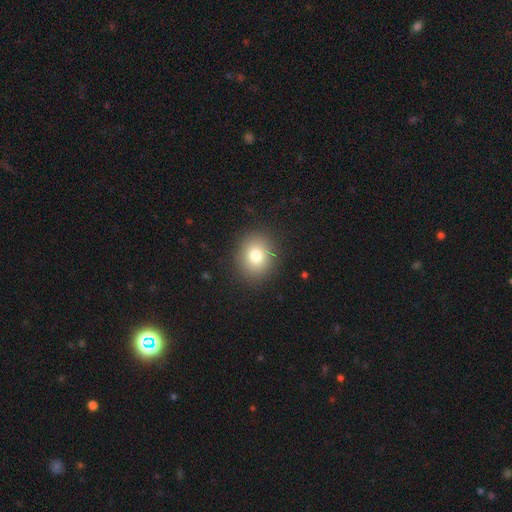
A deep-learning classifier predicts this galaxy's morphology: smooth 79%, star or artifact 11%, featured or disk 9%. Down the decision tree: how rounded — round (69%); merging — none (88%).